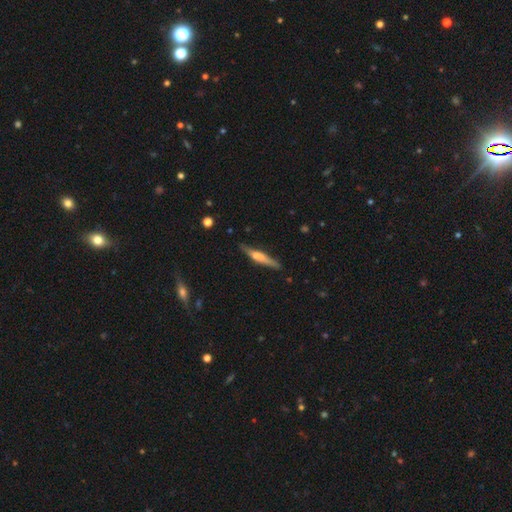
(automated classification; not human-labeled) A featured or disk galaxy (60%) viewed edge-on (96%) with a rounded central bulge (72%). Merging: none (83%).